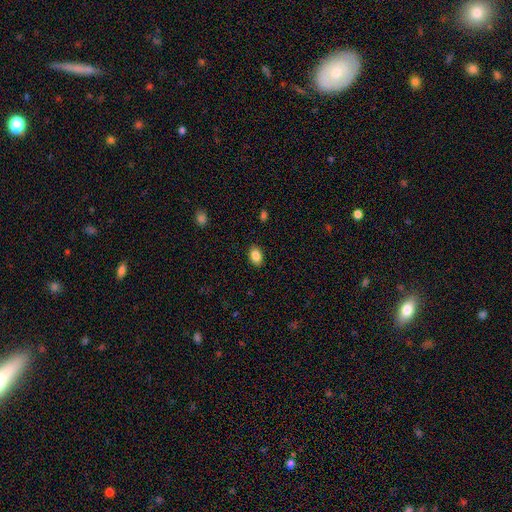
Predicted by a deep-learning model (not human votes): Q: Smooth or featured?
A: smooth (87%); runner-up: star or artifact (8%)
Q: How rounded?
A: in between (84%); runner-up: round (15%)
Q: Merging?
A: none (88%); runner-up: minor disturbance (9%)